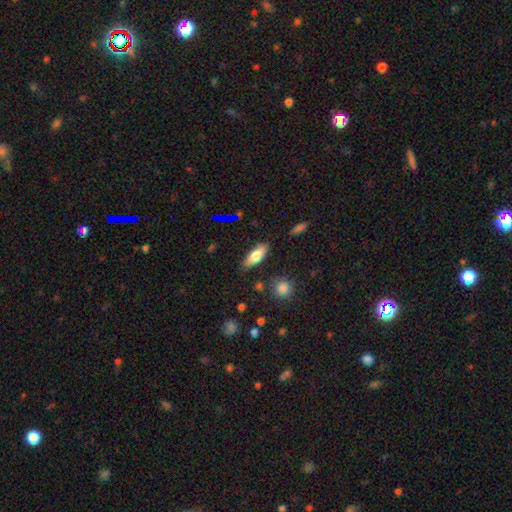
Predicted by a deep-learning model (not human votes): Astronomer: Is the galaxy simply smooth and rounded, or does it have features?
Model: smooth — 71%.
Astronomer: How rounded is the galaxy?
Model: in between — 71%.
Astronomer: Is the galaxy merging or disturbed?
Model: none — 81%.